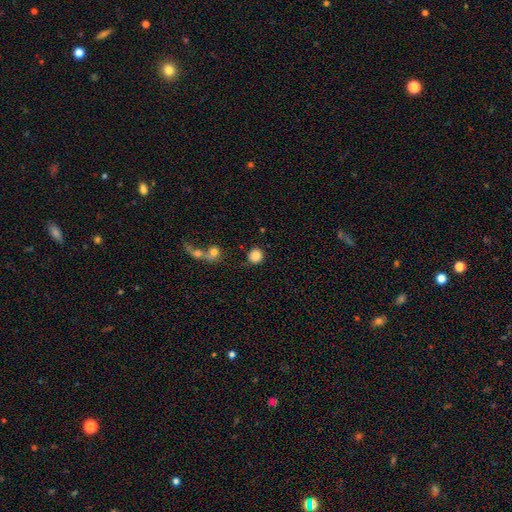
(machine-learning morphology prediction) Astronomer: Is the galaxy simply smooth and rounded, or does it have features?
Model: smooth — 85%.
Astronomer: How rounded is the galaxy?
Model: round — 91%.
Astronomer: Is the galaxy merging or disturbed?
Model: none — 78%.